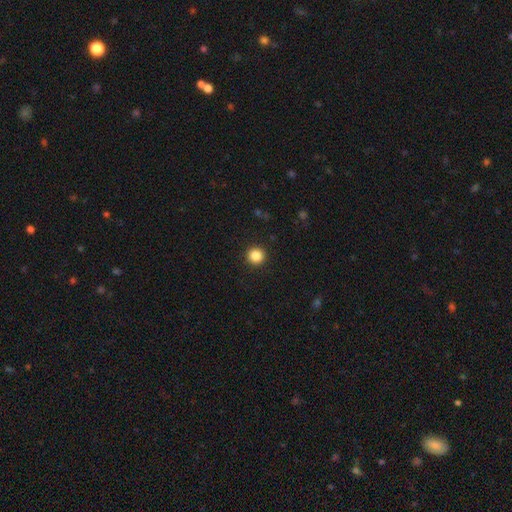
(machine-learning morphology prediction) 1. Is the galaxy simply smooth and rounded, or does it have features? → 86% smooth, 10% star or artifact, 3% featured or disk.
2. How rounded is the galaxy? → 95% round, 5% in between, 1% cigar-shaped.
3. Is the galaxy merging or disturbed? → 93% none, 4% minor disturbance, 2% major disturbance, 1% merger.